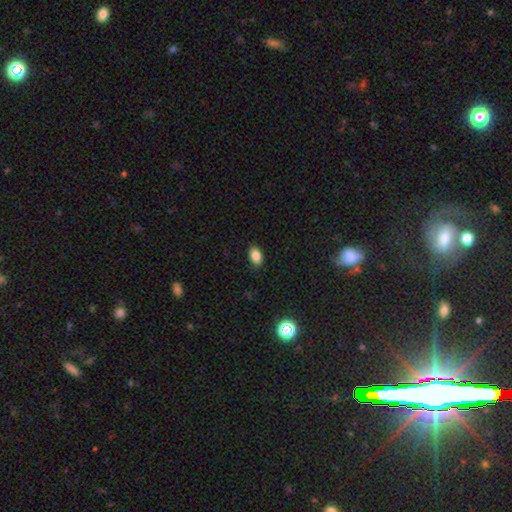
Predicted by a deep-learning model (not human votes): The model was most divided on "smooth or featured": smooth: 86%, star or artifact: 10%, featured or disk: 4%. More confident: merging — none (88%); how rounded — in between (88%).